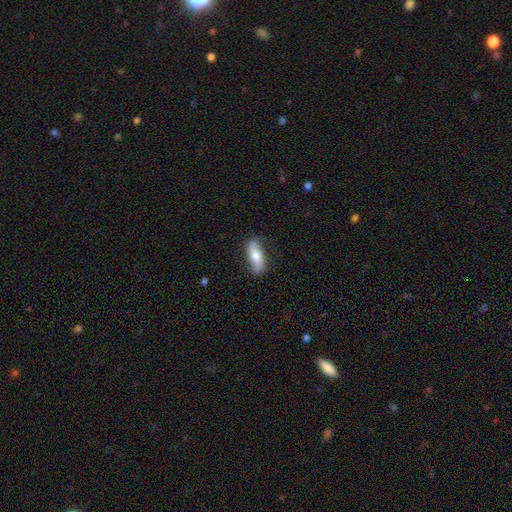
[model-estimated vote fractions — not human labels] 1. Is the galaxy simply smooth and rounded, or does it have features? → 57% smooth, 37% featured or disk, 6% star or artifact.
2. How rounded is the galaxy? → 73% in between, 24% cigar-shaped, 3% round.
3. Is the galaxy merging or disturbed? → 77% none, 17% minor disturbance, 4% major disturbance, 1% merger.